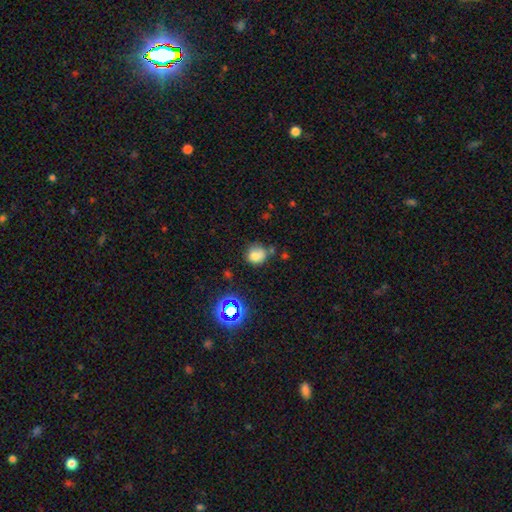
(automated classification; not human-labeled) smooth_or_featured: smooth (p=0.75) [alt: star or artifact p=0.16]
how_rounded: round (p=0.83) [alt: in between p=0.16]
merging: none (p=0.61) [alt: minor disturbance p=0.22]